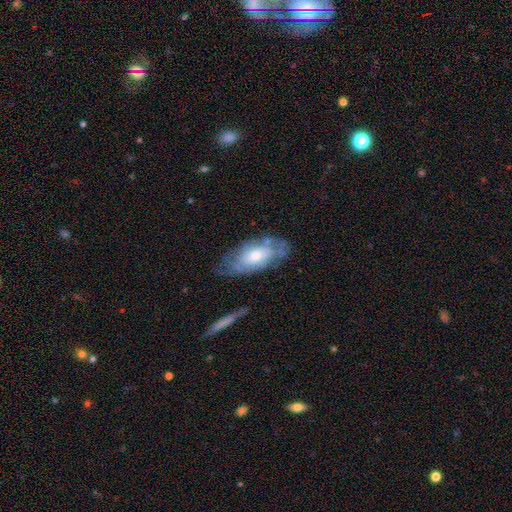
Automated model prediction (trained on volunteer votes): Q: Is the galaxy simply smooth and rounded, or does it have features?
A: smooth — 50%.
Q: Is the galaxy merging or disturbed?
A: none — 59%.